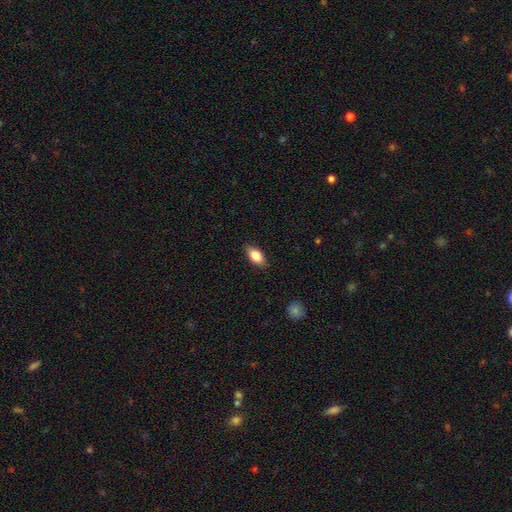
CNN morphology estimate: Smooth or featured: smooth — 82% (featured or disk — 11%)
How rounded: in between — 88% (cigar-shaped — 7%)
Merging: none — 85% (minor disturbance — 11%)